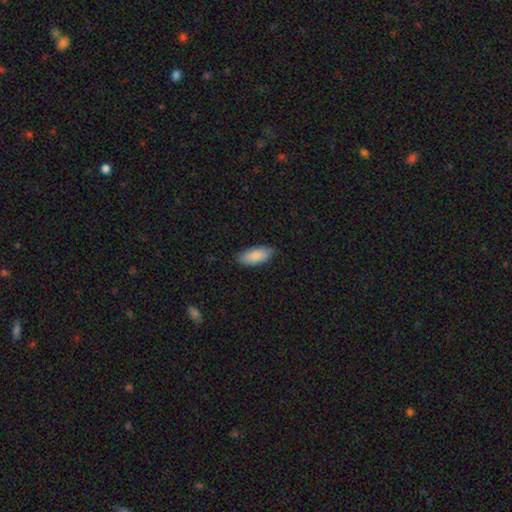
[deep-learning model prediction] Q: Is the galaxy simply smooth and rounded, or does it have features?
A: smooth — 87%.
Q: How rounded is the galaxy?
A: in between — 89%.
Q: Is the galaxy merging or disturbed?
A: none — 86%.